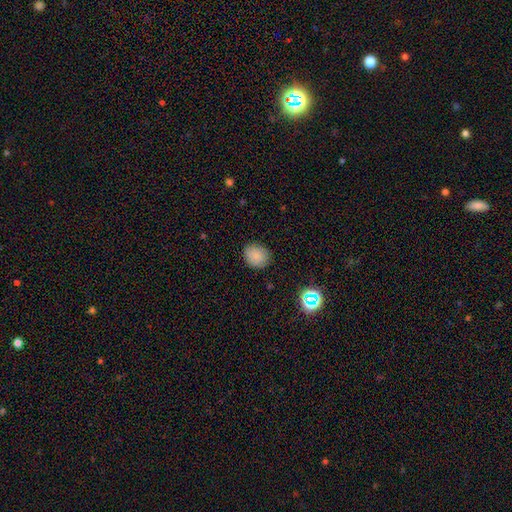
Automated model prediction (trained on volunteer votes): Smooth or featured: smooth — 84% (star or artifact — 11%)
How rounded: round — 67% (in between — 32%)
Merging: none — 84% (minor disturbance — 12%)